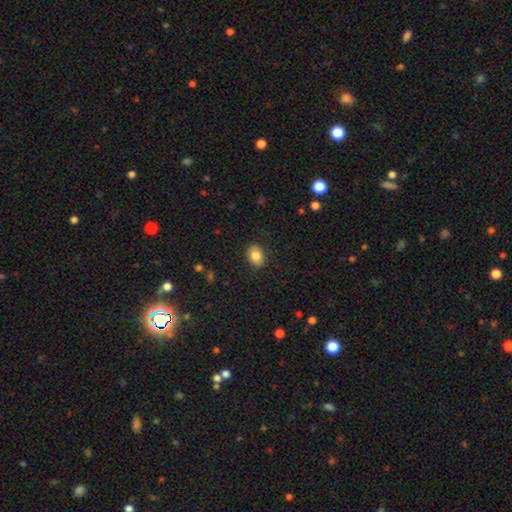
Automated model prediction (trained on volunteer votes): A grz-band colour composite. It shows a smooth galaxy with no disk features (83%) that is in between round and cigar-shaped (80%). Merging: none (87%).